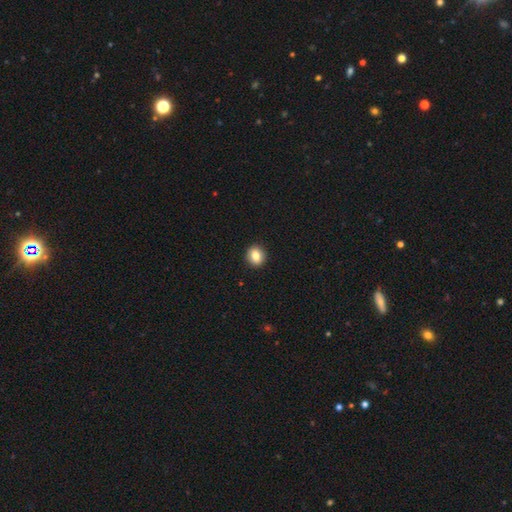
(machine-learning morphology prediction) Smooth or featured? smooth (81%)
How rounded? round (82%)
Merging? none (92%)